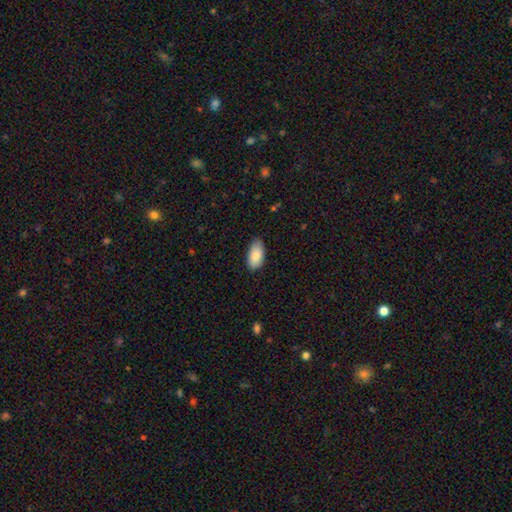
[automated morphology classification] A smooth galaxy with no disk features (86%) that is in between round and cigar-shaped (95%).

Vote fractions:
- Smooth or featured? smooth: 86% / featured or disk: 8% / star or artifact: 6%
- How rounded? in between: 95% / cigar-shaped: 3% / round: 2%
- Merging? none: 82% / minor disturbance: 15% / major disturbance: 2% / merger: 1%